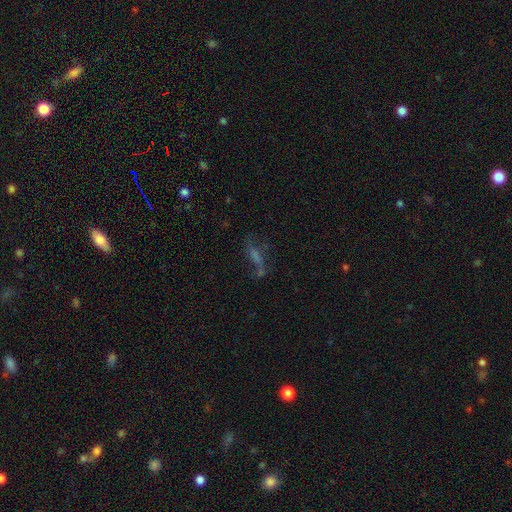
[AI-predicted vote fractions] A featured or disk galaxy (37%). Merging: none (47%).